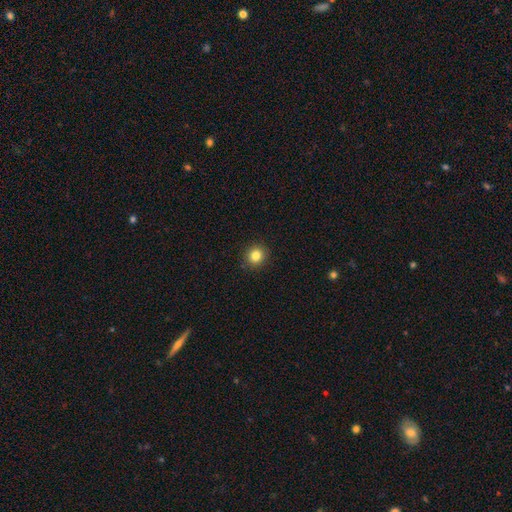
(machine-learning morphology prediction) smooth-or-featured: smooth: 84% | star or artifact: 11% | featured or disk: 5%
  how-rounded: round: 89% | in between: 10% | cigar-shaped: 1%
  merging: none: 92% | minor disturbance: 5% | major disturbance: 2% | merger: 1%